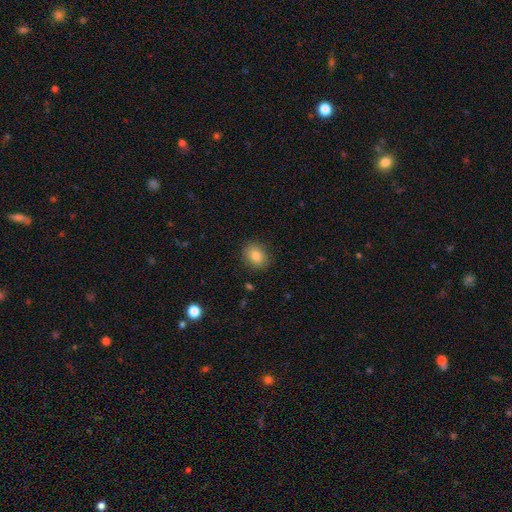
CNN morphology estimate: This is clearly a smooth galaxy (81%). How rounded: possibly round (54%). Merging: clearly none (87%).